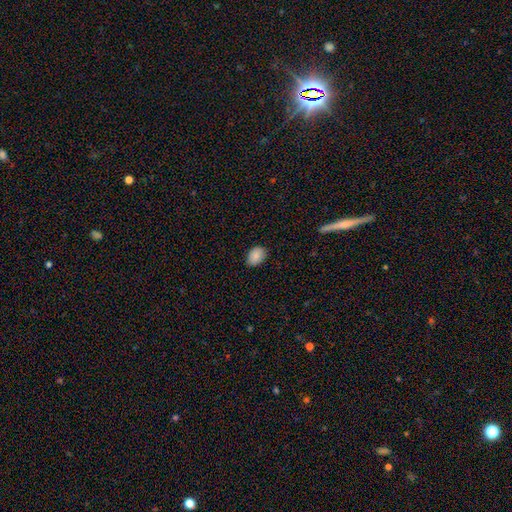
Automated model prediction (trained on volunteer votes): smooth 87%, star or artifact 7%, featured or disk 5%. Down the decision tree: how rounded — in between (73%); merging — none (84%).